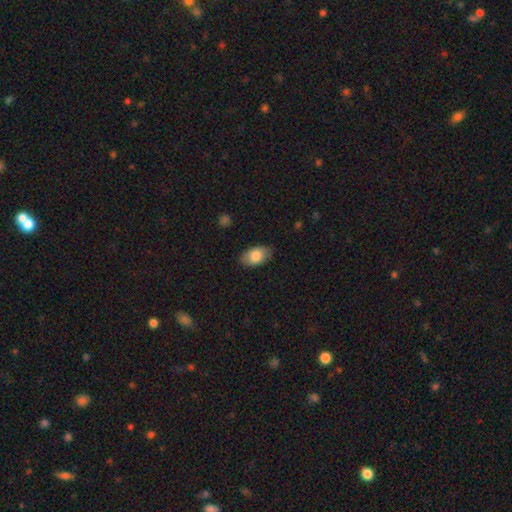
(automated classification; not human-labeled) smooth-or-featured: smooth: 81% | featured or disk: 12% | star or artifact: 6%
  how-rounded: in between: 93% | round: 6% | cigar-shaped: 2%
  merging: none: 85% | minor disturbance: 12% | major disturbance: 3% | merger: 1%